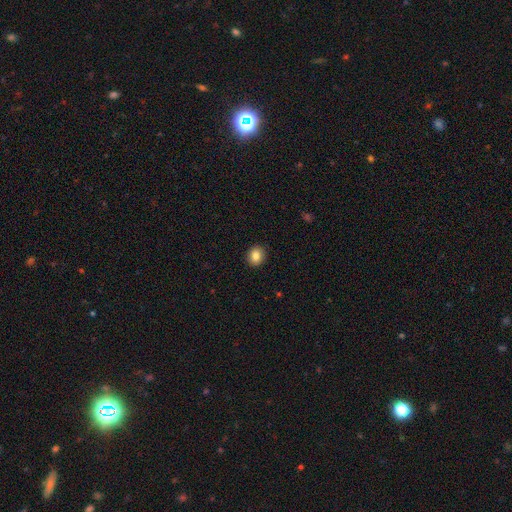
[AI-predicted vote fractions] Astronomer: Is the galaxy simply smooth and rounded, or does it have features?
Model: smooth — 85%.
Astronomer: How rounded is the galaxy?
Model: round — 66%.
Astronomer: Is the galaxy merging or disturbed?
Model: none — 91%.